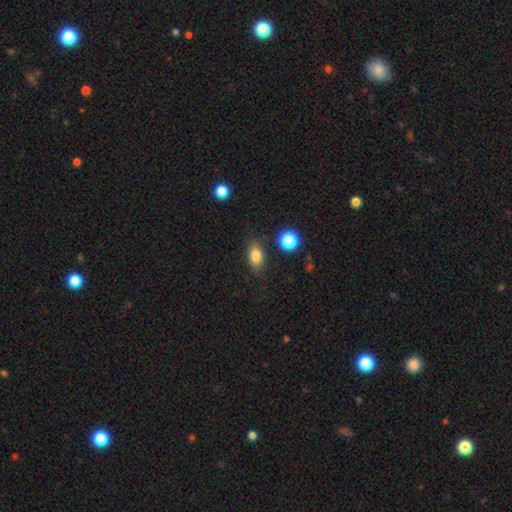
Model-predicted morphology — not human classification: A smooth galaxy with no disk features (81%) that is in between round and cigar-shaped (80%).

Vote fractions:
- Smooth or featured? smooth: 81% / star or artifact: 11% / featured or disk: 8%
- How rounded? in between: 80% / round: 17% / cigar-shaped: 3%
- Merging? none: 80% / minor disturbance: 13% / major disturbance: 4% / merger: 3%